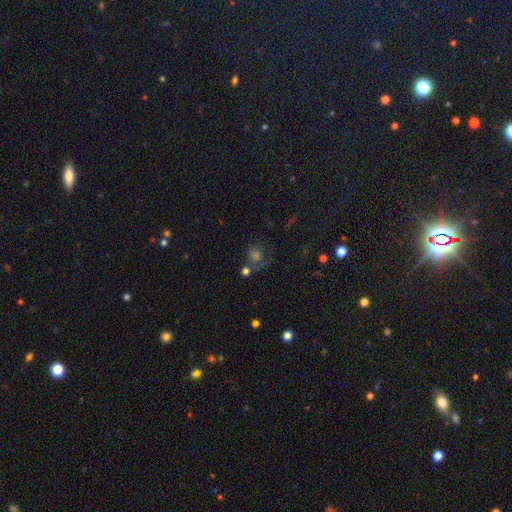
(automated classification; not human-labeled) Smooth or featured?
  - smooth: 47% *
  - star or artifact: 30%
  - featured or disk: 23%
Merging?
  - none: 56% *
  - minor disturbance: 17%
  - major disturbance: 15%
  - merger: 12%